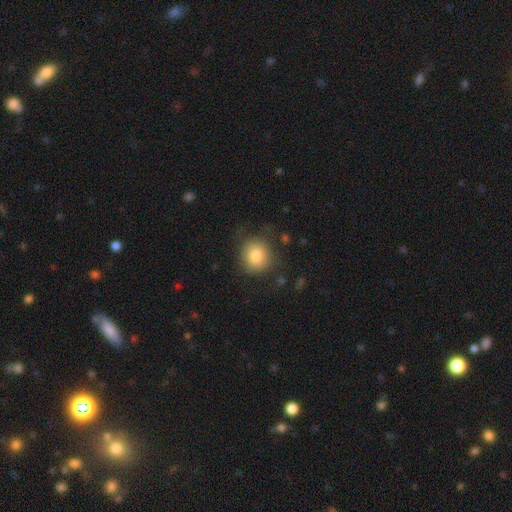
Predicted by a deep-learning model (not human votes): A smooth galaxy with no disk features (82%) that is round (88%).

Vote fractions:
- Smooth or featured? smooth: 82% / featured or disk: 9% / star or artifact: 9%
- How rounded? round: 88% / in between: 11% / cigar-shaped: 1%
- Merging? none: 77% / minor disturbance: 16% / major disturbance: 6% / merger: 2%